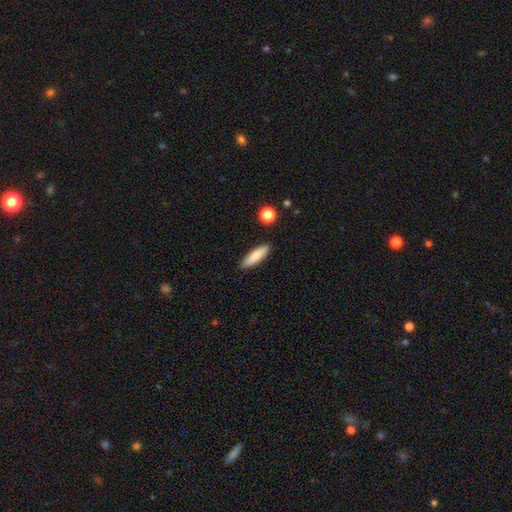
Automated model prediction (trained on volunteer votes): smooth_or_featured: smooth (p=0.81) [alt: featured or disk p=0.12]
how_rounded: cigar-shaped (p=0.65) [alt: in between p=0.33]
merging: none (p=0.88) [alt: minor disturbance p=0.08]